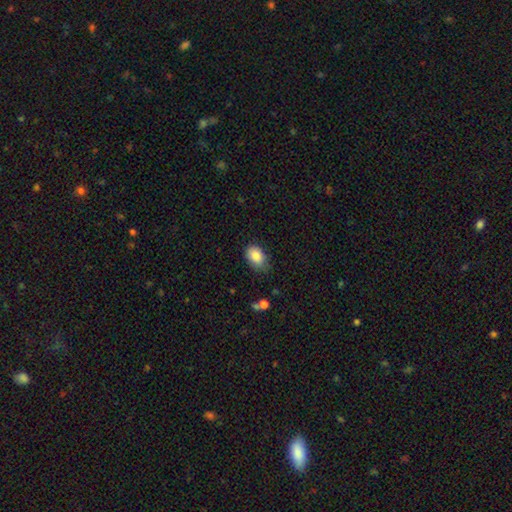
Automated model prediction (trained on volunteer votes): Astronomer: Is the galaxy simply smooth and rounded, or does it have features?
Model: smooth — 86%.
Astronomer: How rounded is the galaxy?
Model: in between — 82%.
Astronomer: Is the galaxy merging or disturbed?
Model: none — 66%.